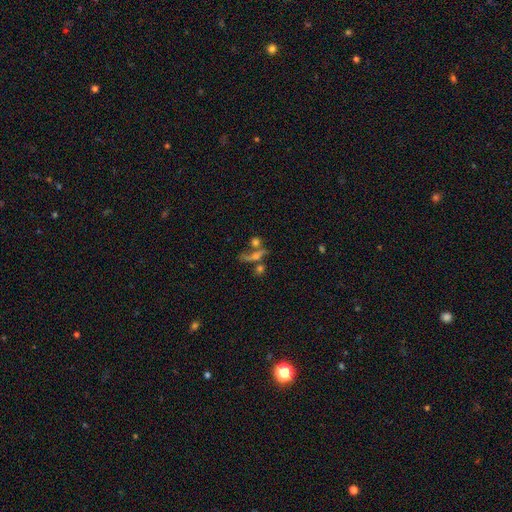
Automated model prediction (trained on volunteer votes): Smooth or featured?
  - smooth: 40% *
  - featured or disk: 39%
  - star or artifact: 21%
Merging?
  - merger: 39% *
  - none: 38%
  - major disturbance: 12%
  - minor disturbance: 11%